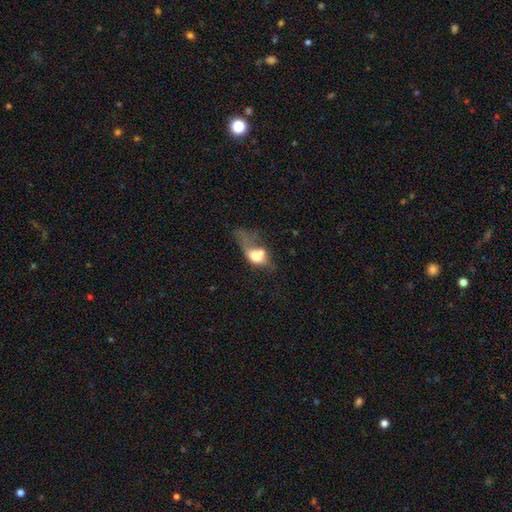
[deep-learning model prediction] Overall: smooth (59%; featured or disk 31%). How rounded: in between (70%). Merging: major disturbance (48%; merger 25%).